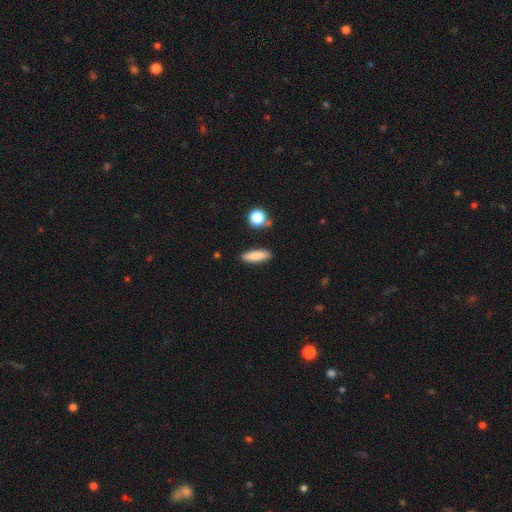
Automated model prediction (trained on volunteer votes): smooth-or-featured: smooth: 84% | featured or disk: 9% | star or artifact: 7%
  how-rounded: cigar-shaped: 49% | in between: 48% | round: 3%
  merging: none: 87% | minor disturbance: 9% | merger: 2% | major disturbance: 2%